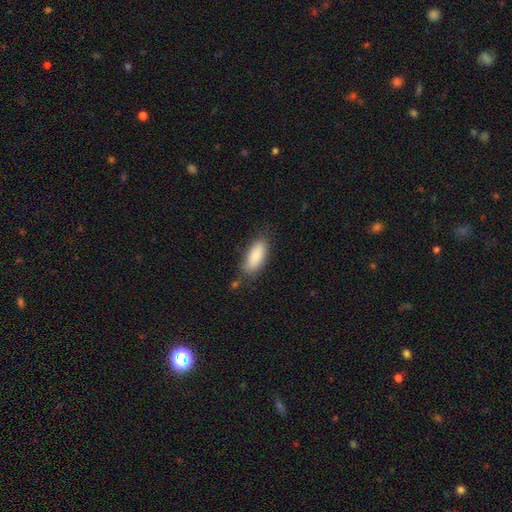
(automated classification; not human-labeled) The model was most divided on "merging": none: 75%, minor disturbance: 18%, major disturbance: 4%, merger: 3%. More confident: smooth or featured — smooth (88%); how rounded — in between (83%).